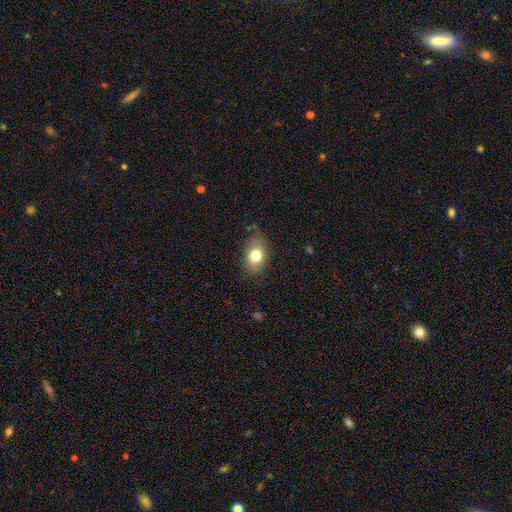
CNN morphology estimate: This is likely a smooth galaxy (76%). How rounded: likely in between (73%). Merging: likely none (66%).